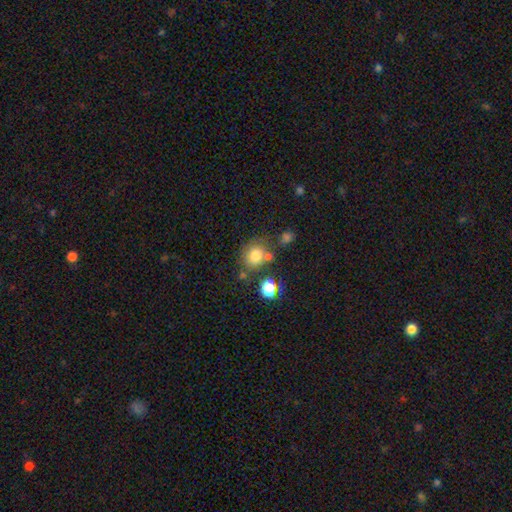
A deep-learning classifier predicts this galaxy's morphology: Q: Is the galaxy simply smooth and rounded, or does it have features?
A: smooth — 76%.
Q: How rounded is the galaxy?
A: round — 72%.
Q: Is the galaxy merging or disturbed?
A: none — 61%.